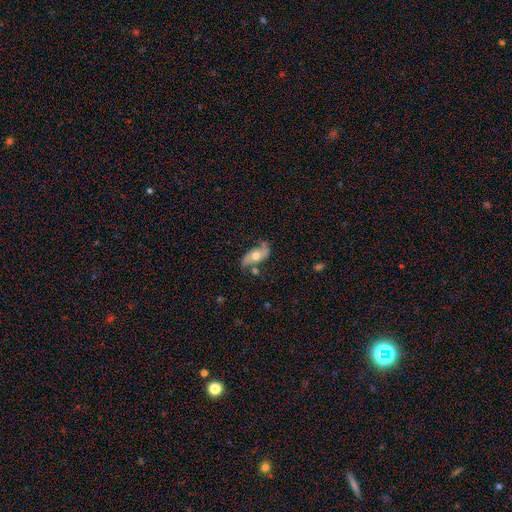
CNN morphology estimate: A featured or disk galaxy (56%).

Vote fractions:
- Smooth or featured? featured or disk: 56% / smooth: 37% / star or artifact: 7%
- Edge-on disk? no: 84% / yes: 16%
- Merging? none: 59% / minor disturbance: 24% / major disturbance: 9% / merger: 8%